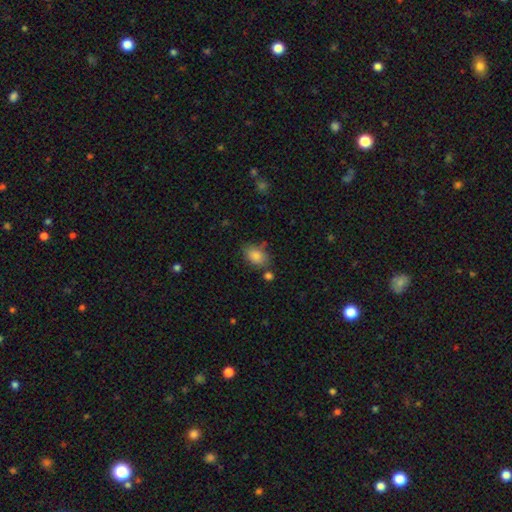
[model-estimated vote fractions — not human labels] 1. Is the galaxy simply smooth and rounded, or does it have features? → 85% smooth, 9% star or artifact, 7% featured or disk.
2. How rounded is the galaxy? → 84% in between, 15% round, 1% cigar-shaped.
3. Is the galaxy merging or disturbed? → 74% none, 15% minor disturbance, 7% merger, 4% major disturbance.